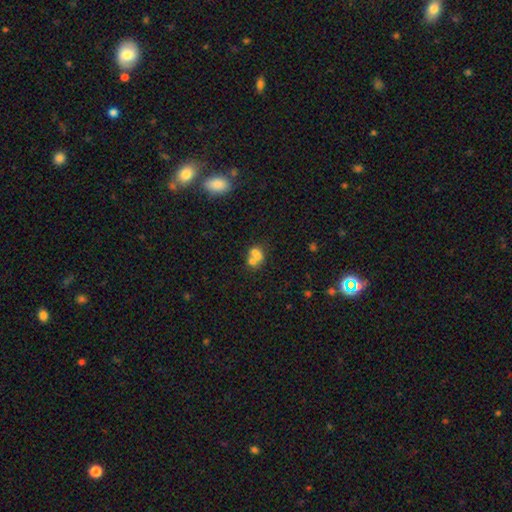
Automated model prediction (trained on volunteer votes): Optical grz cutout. It shows a smooth galaxy with no disk features (62%) that is in between round and cigar-shaped (52%). Merging: merger (60%).